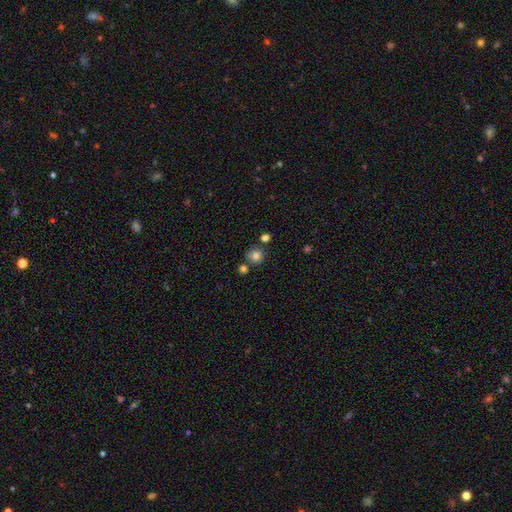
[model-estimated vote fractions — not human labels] smooth 82%, star or artifact 12%, featured or disk 6%. Down the decision tree: how rounded — round (91%); merging — none (72%).